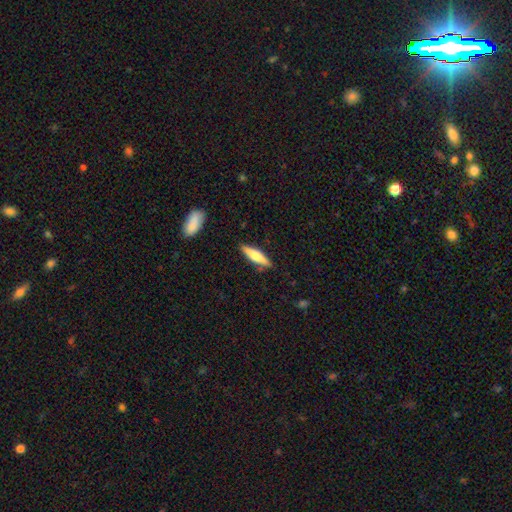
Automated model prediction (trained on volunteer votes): smooth_or_featured: smooth (p=0.53) [alt: featured or disk p=0.41]
how_rounded: cigar-shaped (p=0.69) [alt: in between p=0.29]
merging: none (p=0.86) [alt: minor disturbance p=0.10]